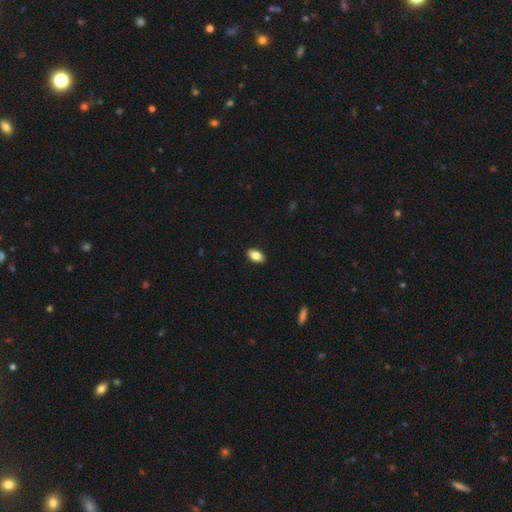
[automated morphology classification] Overall: smooth (85%). How rounded: in between (92%). Merging: none (90%).